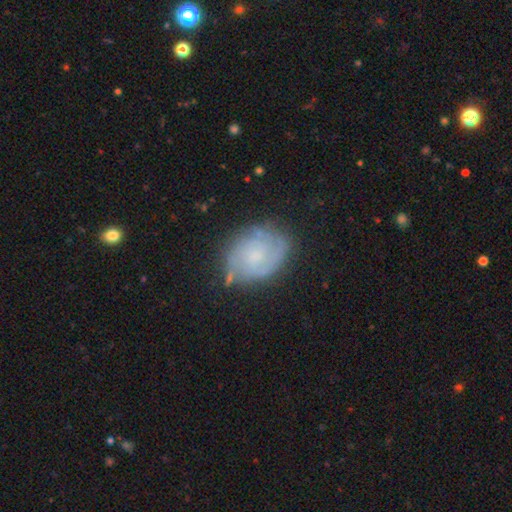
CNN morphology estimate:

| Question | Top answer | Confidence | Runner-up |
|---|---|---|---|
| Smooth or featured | featured or disk | 66% | smooth (26%) |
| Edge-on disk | no | 97% | yes (3%) |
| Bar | no | 71% | weak (26%) |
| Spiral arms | yes | 86% | no (14%) |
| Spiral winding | tight | 55% | medium (34%) |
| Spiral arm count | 2 | 41% | can't tell (35%) |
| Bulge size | small | 53% | moderate (27%) |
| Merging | none | 68% | minor disturbance (22%) |